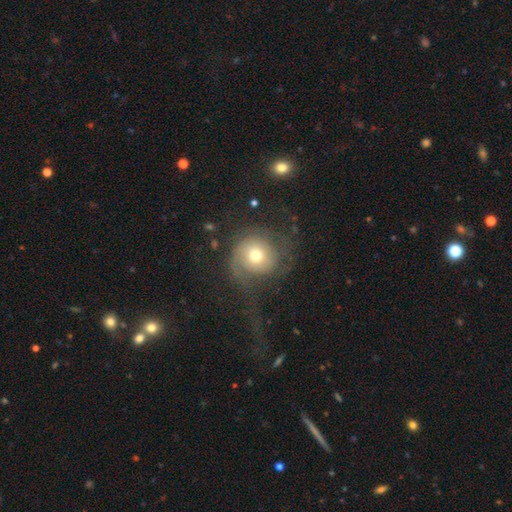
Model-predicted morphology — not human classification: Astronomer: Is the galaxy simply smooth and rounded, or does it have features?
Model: smooth — 49% (runner-up: featured or disk, 40%).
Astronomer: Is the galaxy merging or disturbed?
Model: none — 49% (runner-up: major disturbance, 32%).